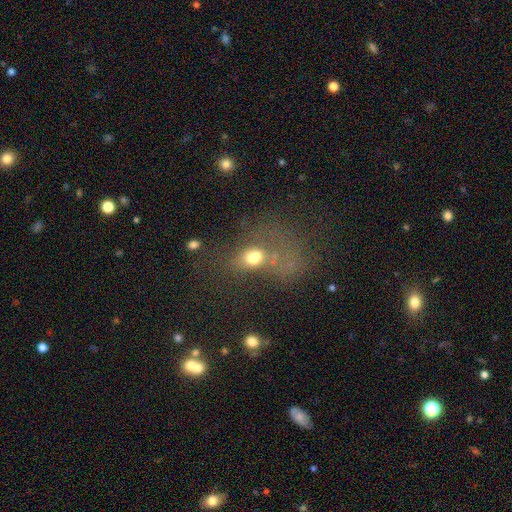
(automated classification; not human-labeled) smooth_or_featured: smooth (p=0.56) [alt: featured or disk p=0.24]
how_rounded: in between (p=0.67) [alt: round p=0.30]
merging: major disturbance (p=0.32) [alt: merger p=0.30]